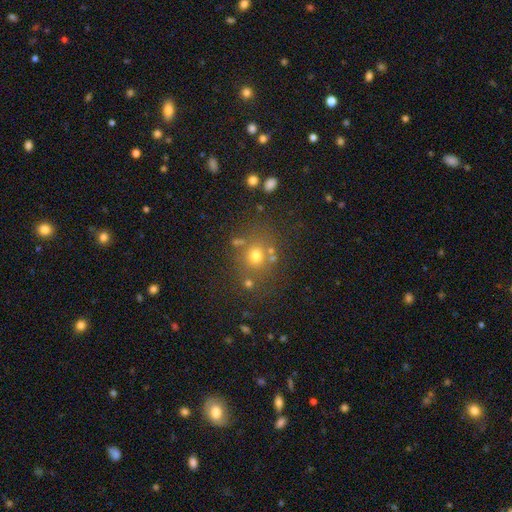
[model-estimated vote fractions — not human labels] A smooth galaxy with no disk features (67%) that is round (78%).

Vote fractions:
- Smooth or featured? smooth: 67% / star or artifact: 21% / featured or disk: 12%
- How rounded? round: 78% / in between: 21% / cigar-shaped: 1%
- Merging? none: 72% / minor disturbance: 12% / merger: 10% / major disturbance: 6%